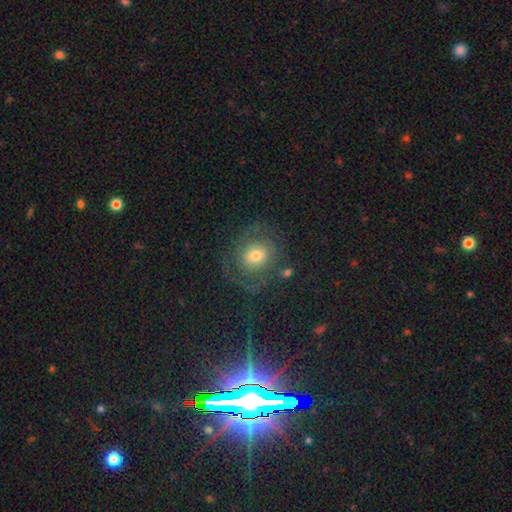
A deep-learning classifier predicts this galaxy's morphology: featured or disk 48%, smooth 39%, star or artifact 13%. Down the decision tree: merging — none (63%).